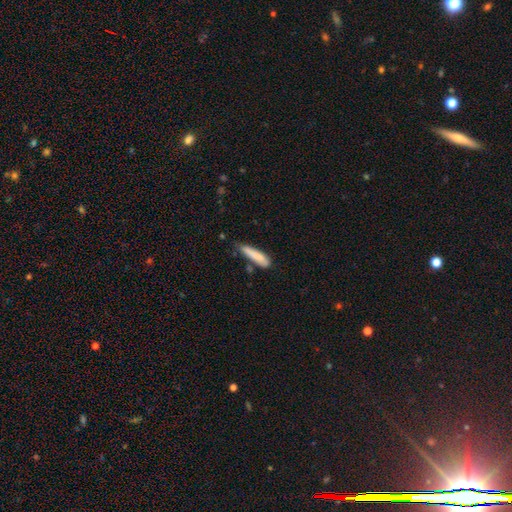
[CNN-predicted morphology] This is clearly a smooth galaxy (83%). How rounded: clearly cigar-shaped (83%). Merging: likely none (61%).